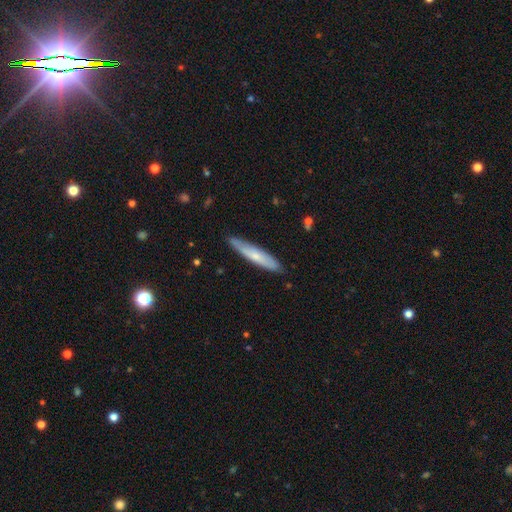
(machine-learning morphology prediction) smooth 55%, featured or disk 40%, star or artifact 5%. Down the decision tree: how rounded — cigar-shaped (89%); merging — none (83%).